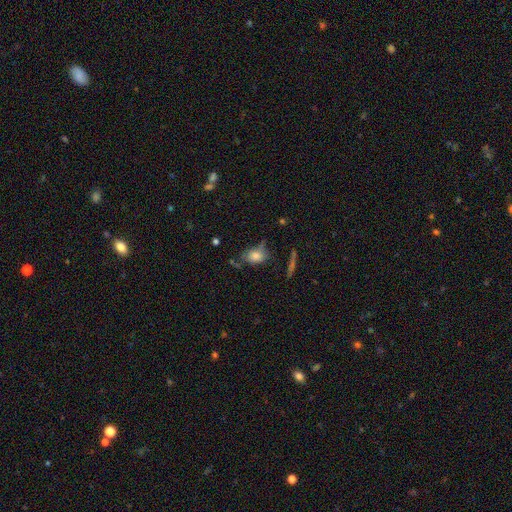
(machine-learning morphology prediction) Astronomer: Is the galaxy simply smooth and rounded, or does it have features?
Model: smooth — 77%.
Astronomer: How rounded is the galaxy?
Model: in between — 75%.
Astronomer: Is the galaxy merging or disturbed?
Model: none — 53% (runner-up: minor disturbance, 28%).